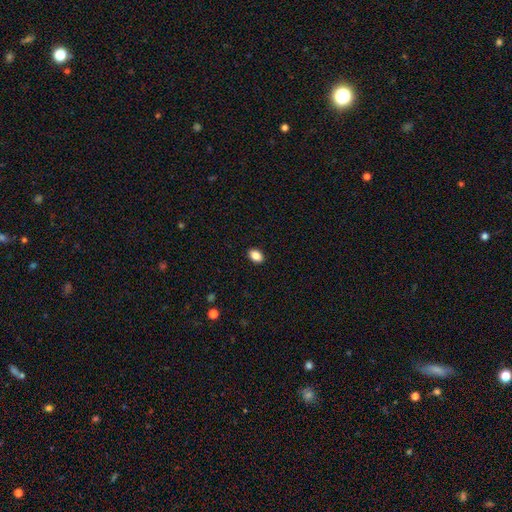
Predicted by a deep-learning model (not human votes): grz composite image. It shows a smooth galaxy with no disk features (87%) that is in between round and cigar-shaped (84%). Merging: none (91%).